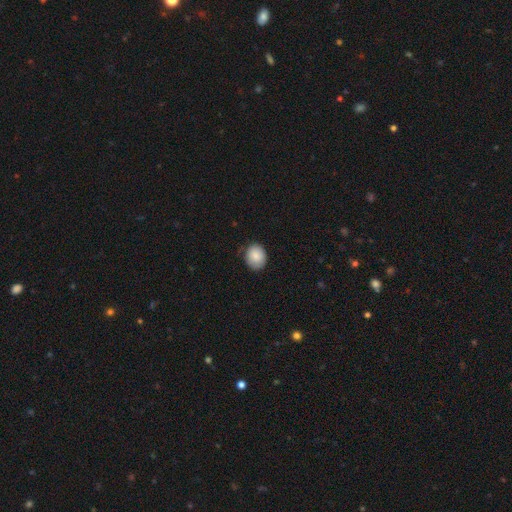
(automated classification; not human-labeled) Overall: smooth (85%). How rounded: round (62%; in between 37%). Merging: none (78%).